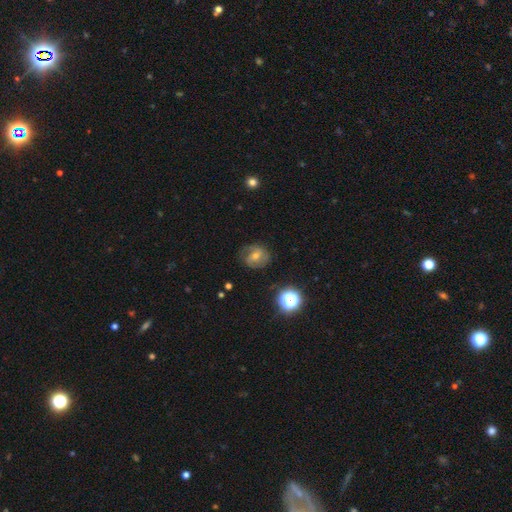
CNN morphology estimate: A featured or disk galaxy (64%) with a weak bar (47%), 2 (72%) tight (43%, tied with medium) spiral arms (87%) and a moderate central bulge (57%). Merging: none (77%).